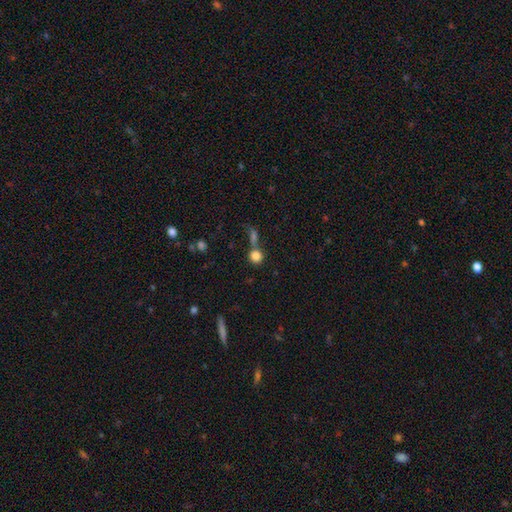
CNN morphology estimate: smooth 82%, star or artifact 11%, featured or disk 7%. Down the decision tree: how rounded — round (88%); merging — none (52%).